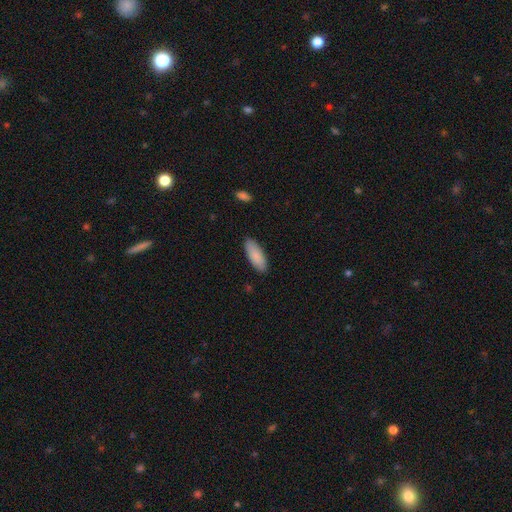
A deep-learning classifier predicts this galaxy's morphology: Smooth or featured? Predicted: smooth (p=0.88). How rounded? Predicted: in between (p=0.72). Merging? Predicted: none (p=0.88).